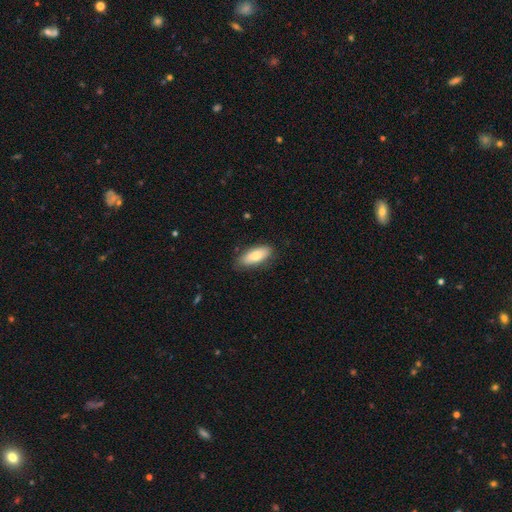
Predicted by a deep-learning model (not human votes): The model was most divided on "how rounded": in between: 76%, cigar-shaped: 22%, round: 2%. More confident: smooth or featured — smooth (82%); merging — none (82%).